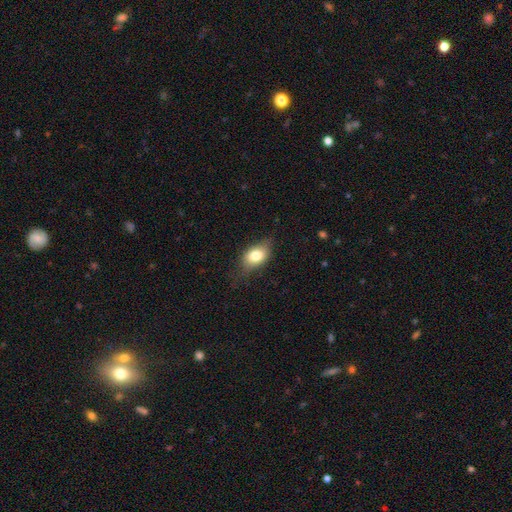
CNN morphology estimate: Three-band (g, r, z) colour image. It shows a smooth galaxy with no disk features (76%) that is in between round and cigar-shaped (80%). Merging: none (66%).